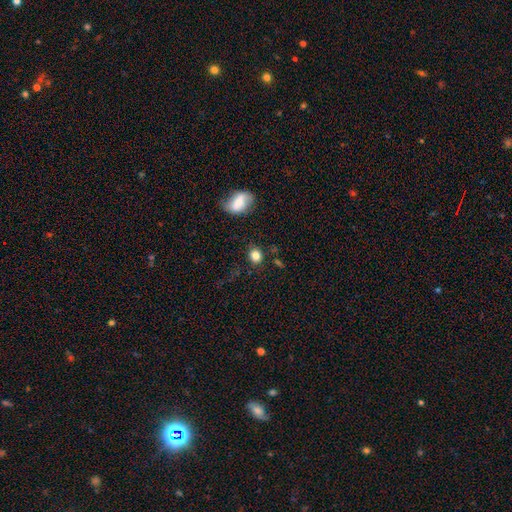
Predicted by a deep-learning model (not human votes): This is clearly a smooth galaxy (83%). How rounded: likely round (74%). Merging: clearly none (82%).